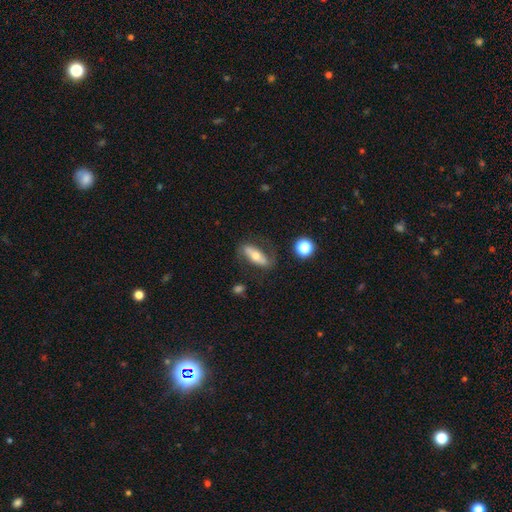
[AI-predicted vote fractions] Overall: featured or disk (48%; smooth 45%). Merging: none (70%).